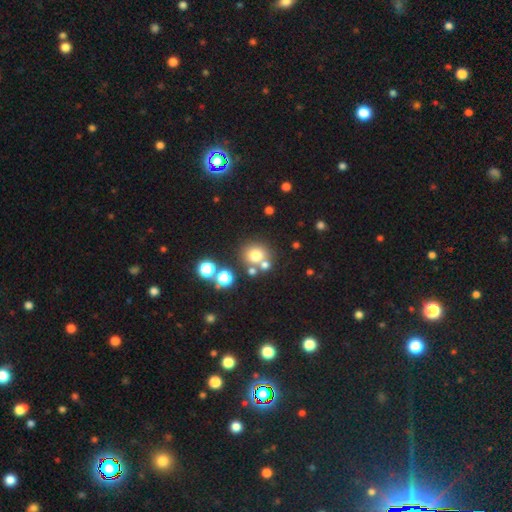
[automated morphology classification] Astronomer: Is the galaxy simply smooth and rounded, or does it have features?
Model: smooth — 71%.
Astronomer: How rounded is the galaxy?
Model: round — 88%.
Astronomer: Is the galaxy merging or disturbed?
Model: none — 67%.